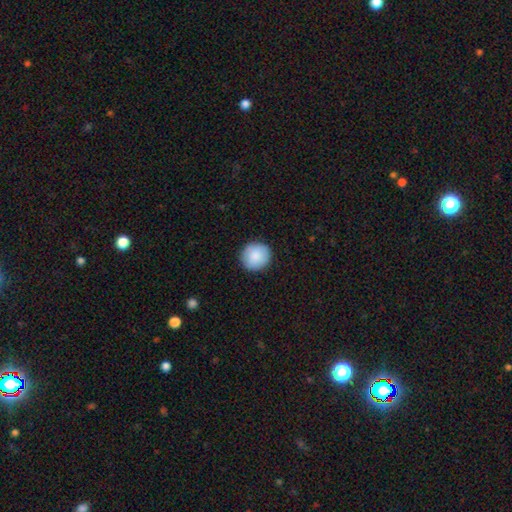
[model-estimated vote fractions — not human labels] A smooth galaxy with no disk features (87%) that is round (92%).

Vote fractions:
- Smooth or featured? smooth: 87% / featured or disk: 7% / star or artifact: 7%
- How rounded? round: 92% / in between: 7% / cigar-shaped: 1%
- Merging? none: 90% / minor disturbance: 7% / major disturbance: 2% / merger: 1%